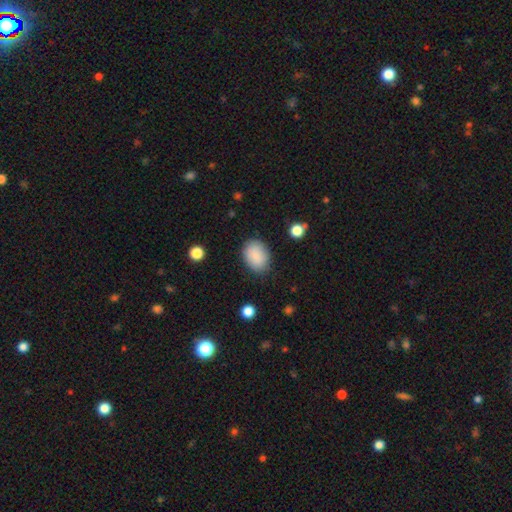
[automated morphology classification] Overall: smooth (88%). How rounded: in between (75%). Merging: none (82%).